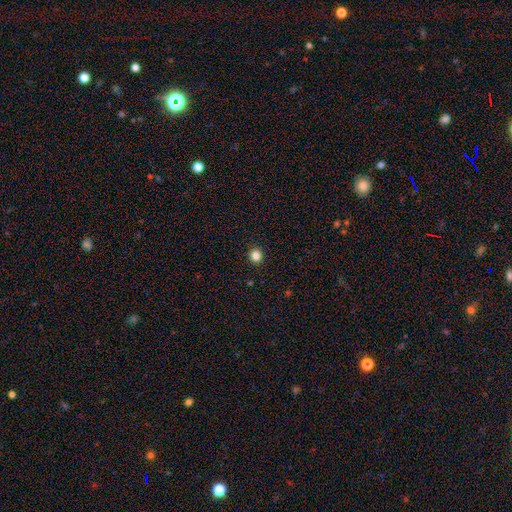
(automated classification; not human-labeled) Morphology: type=smooth (84%); roundness=round (90%); merging=none (93%).